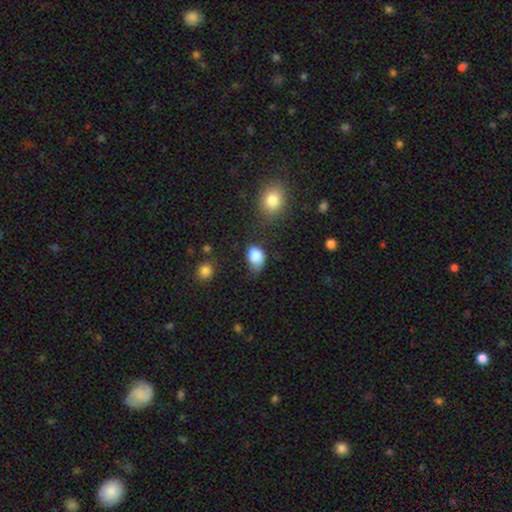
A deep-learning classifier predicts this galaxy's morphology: Q: Smooth or featured?
A: smooth (85%); runner-up: star or artifact (8%)
Q: How rounded?
A: in between (68%); runner-up: round (31%)
Q: Merging?
A: minor disturbance (41%); runner-up: none (36%)